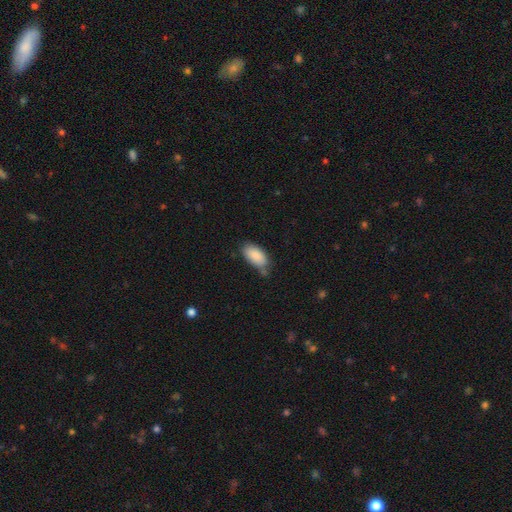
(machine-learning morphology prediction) type=smooth (88%); roundness=in between (93%); merging=none (60%).